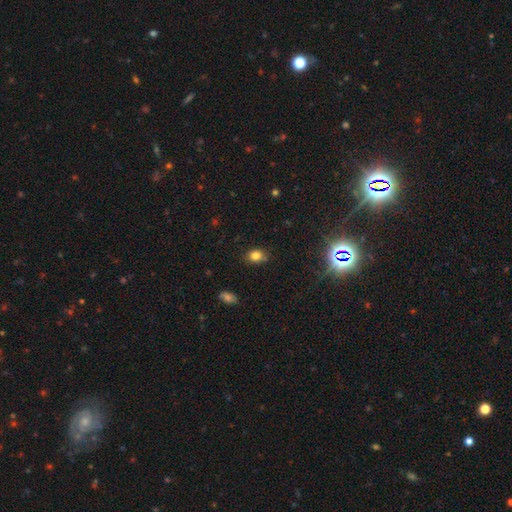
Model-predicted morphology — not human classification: smooth_or_featured: smooth (p=0.80) [alt: star or artifact p=0.14]
how_rounded: in between (p=0.55) [alt: round p=0.44]
merging: none (p=0.81) [alt: minor disturbance p=0.14]